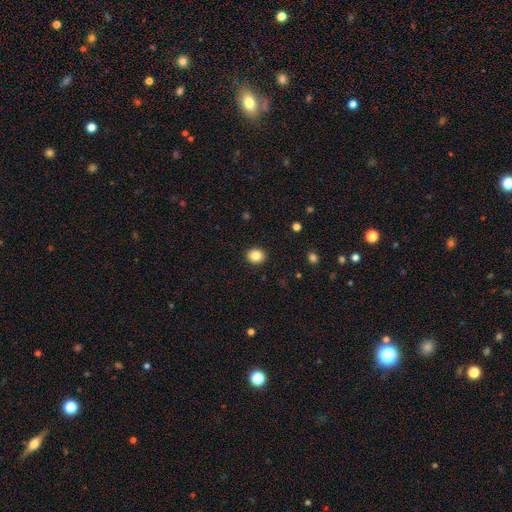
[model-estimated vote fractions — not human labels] The model was most divided on "how rounded": round: 78%, in between: 21%, cigar-shaped: 1%. More confident: merging — none (92%); smooth or featured — smooth (85%).